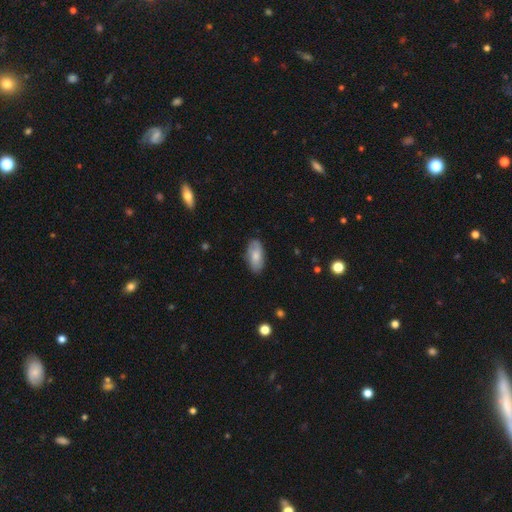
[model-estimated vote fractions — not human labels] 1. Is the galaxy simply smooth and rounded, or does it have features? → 69% smooth, 25% featured or disk, 6% star or artifact.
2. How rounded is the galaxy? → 92% in between, 5% cigar-shaped, 3% round.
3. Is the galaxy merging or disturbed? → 78% none, 17% minor disturbance, 3% major disturbance, 1% merger.